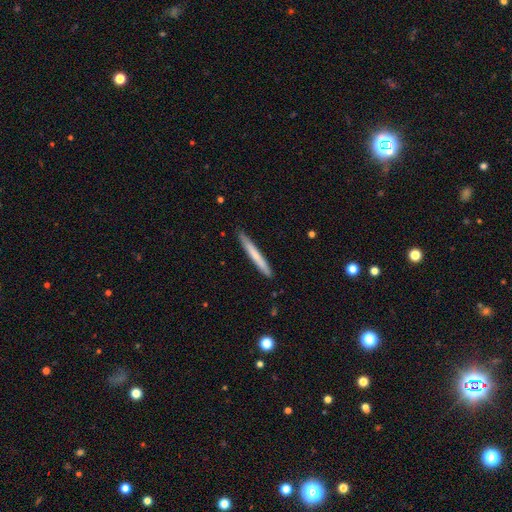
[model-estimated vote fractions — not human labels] This appears to be a smooth galaxy with no disk features (67%) that is cigar-shaped (97%). Merging: none (90%).